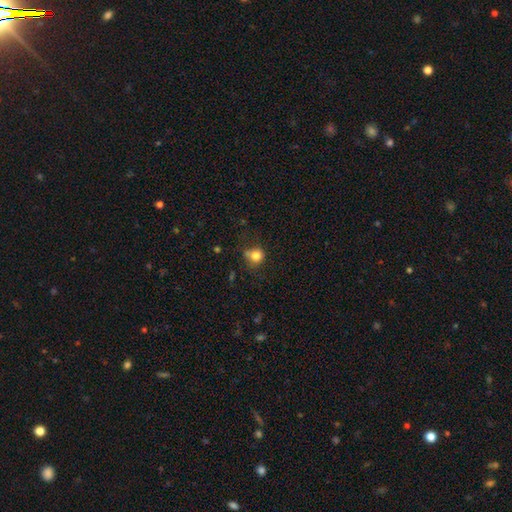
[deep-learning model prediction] The model was most divided on "merging": none: 62%, minor disturbance: 22%, merger: 8%, major disturbance: 8%. More confident: how rounded — round (84%); smooth or featured — smooth (81%).